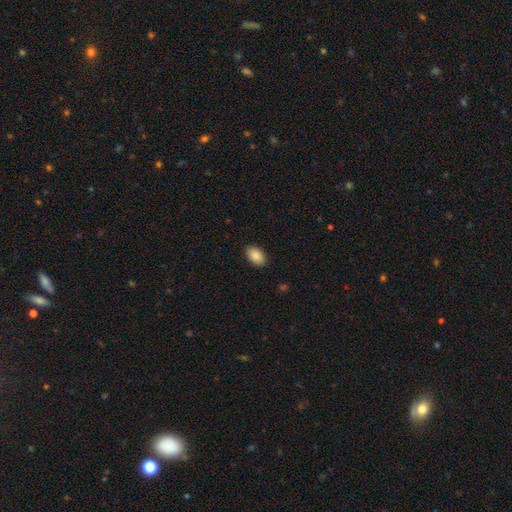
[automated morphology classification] Smooth or featured? Predicted: smooth (p=0.87). How rounded? Predicted: in between (p=0.91). Merging? Predicted: none (p=0.89).